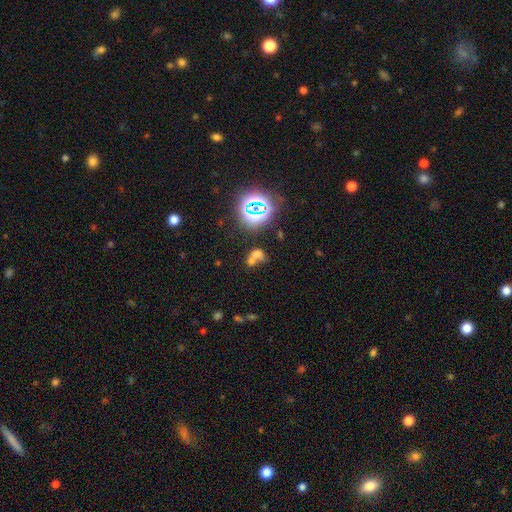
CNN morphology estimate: A smooth galaxy with no disk features (53%) that is in between round and cigar-shaped (53%).

Vote fractions:
- Smooth or featured? smooth: 53% / star or artifact: 31% / featured or disk: 16%
- How rounded? in between: 53% / round: 45% / cigar-shaped: 2%
- Merging? merger: 59% / none: 27% / minor disturbance: 8% / major disturbance: 6%